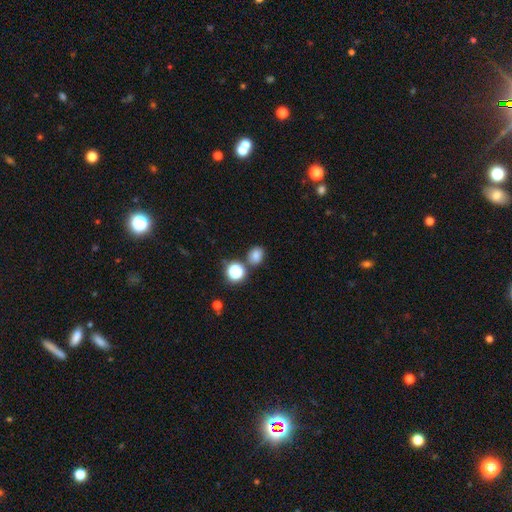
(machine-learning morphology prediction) The model was most divided on "how rounded": round: 51%, in between: 48%, cigar-shaped: 1%. More confident: merging — none (76%); smooth or featured — smooth (76%).